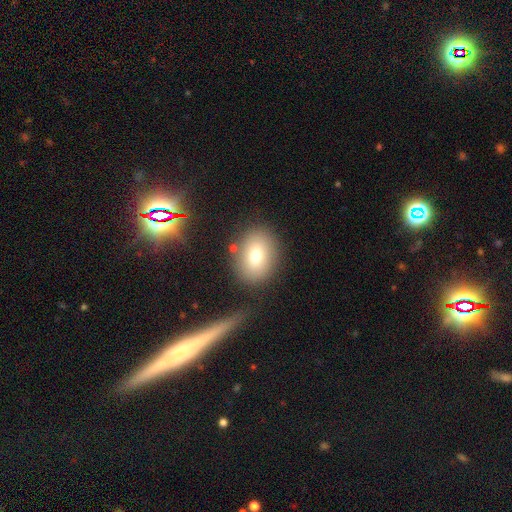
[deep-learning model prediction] Overall: smooth (75%). How rounded: in between (62%; round 37%). Merging: none (80%).